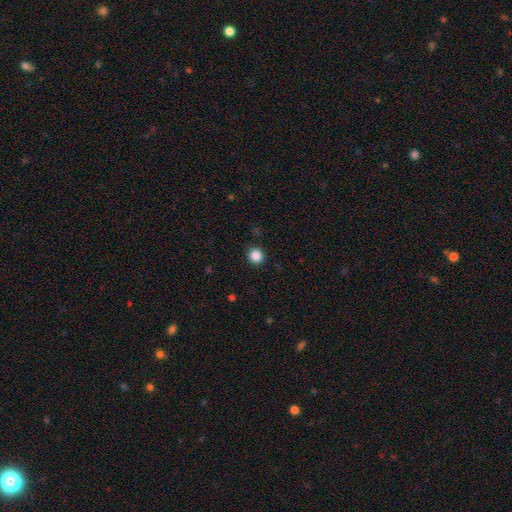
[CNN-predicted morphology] smooth-or-featured: smooth: 87% | star or artifact: 11% | featured or disk: 3%
  how-rounded: round: 91% | in between: 8% | cigar-shaped: 1%
  merging: none: 91% | minor disturbance: 6% | major disturbance: 2% | merger: 1%